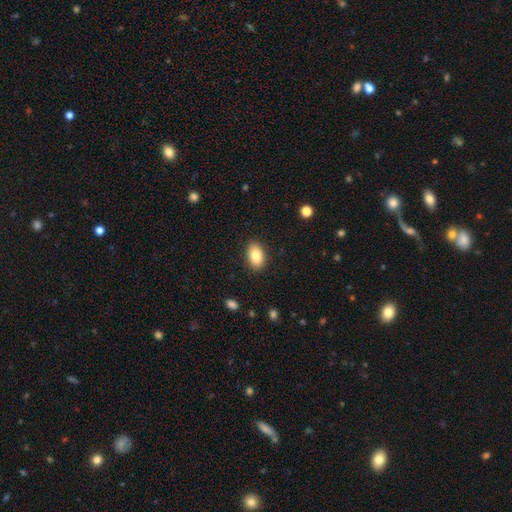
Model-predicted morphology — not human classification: Smooth or featured?
  - smooth: 84% *
  - featured or disk: 9%
  - star or artifact: 8%
How rounded?
  - in between: 89% *
  - round: 9%
  - cigar-shaped: 1%
Merging?
  - none: 89% *
  - minor disturbance: 8%
  - major disturbance: 2%
  - merger: 1%